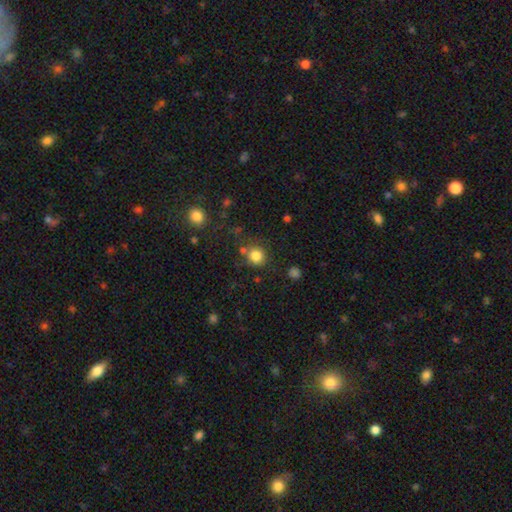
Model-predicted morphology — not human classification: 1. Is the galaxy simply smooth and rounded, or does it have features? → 82% smooth, 12% star or artifact, 6% featured or disk.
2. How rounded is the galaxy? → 88% round, 11% in between, 1% cigar-shaped.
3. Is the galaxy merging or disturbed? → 72% none, 12% minor disturbance, 10% merger, 5% major disturbance.